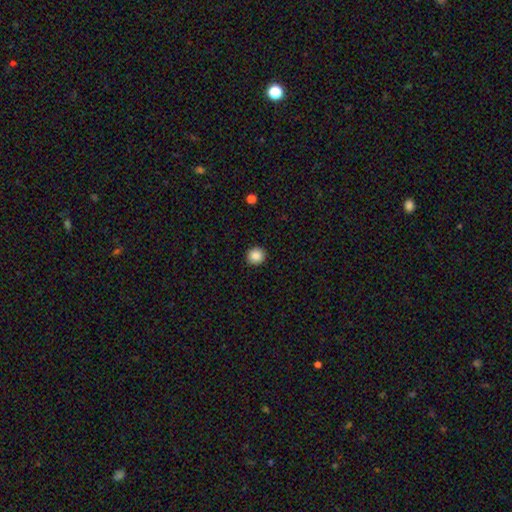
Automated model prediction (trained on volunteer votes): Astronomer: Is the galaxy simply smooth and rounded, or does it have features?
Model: smooth — 87%.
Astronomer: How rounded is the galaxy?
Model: round — 92%.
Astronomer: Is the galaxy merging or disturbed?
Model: none — 92%.